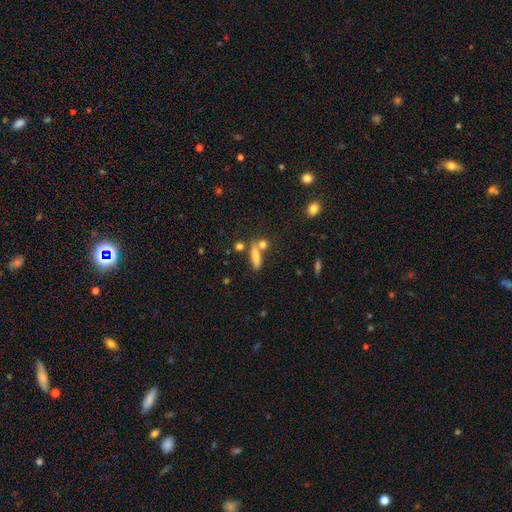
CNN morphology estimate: A smooth galaxy with no disk features (72%) that is cigar-shaped (62%).

Vote fractions:
- Smooth or featured? smooth: 72% / featured or disk: 18% / star or artifact: 10%
- How rounded? cigar-shaped: 62% / in between: 31% / round: 6%
- Merging? none: 61% / merger: 22% / minor disturbance: 13% / major disturbance: 5%